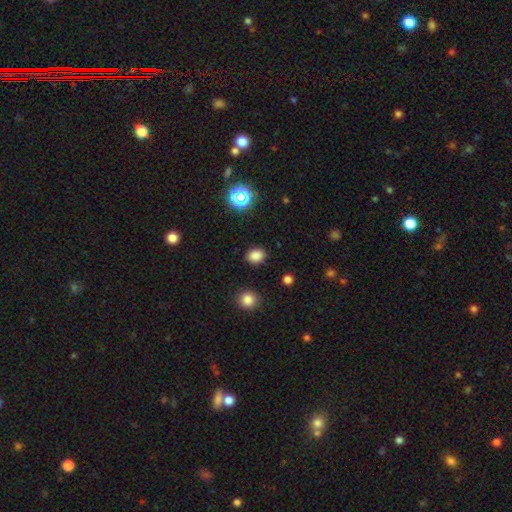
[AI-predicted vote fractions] Smooth or featured? smooth (83%)
How rounded? in between (60%)
Merging? none (87%)